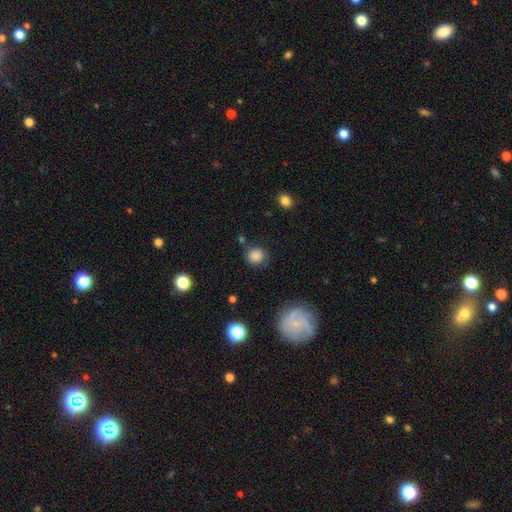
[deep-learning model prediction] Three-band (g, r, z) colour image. It shows a smooth galaxy with no disk features (82%) that is round (84%). Merging: none (76%).